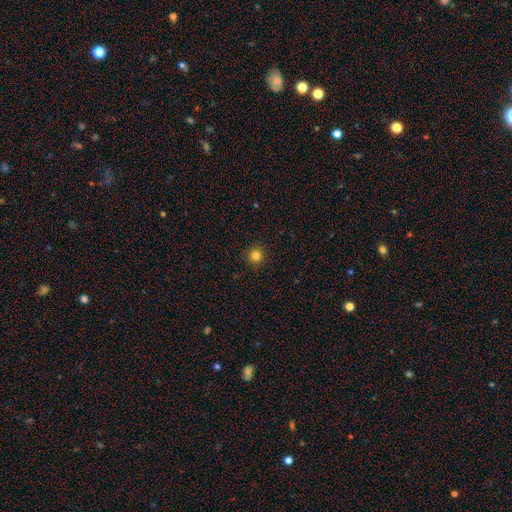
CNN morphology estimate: A smooth galaxy with no disk features (82%) that is round (94%). Merging: none (92%).